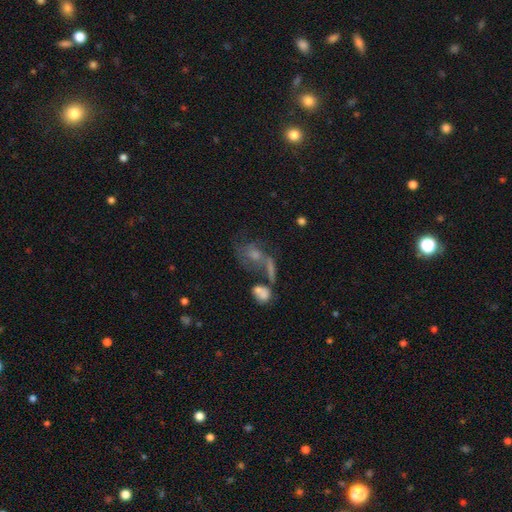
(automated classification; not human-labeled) Morphology: type=featured or disk (53%); edge-on=no (93%); merging=none (34%).